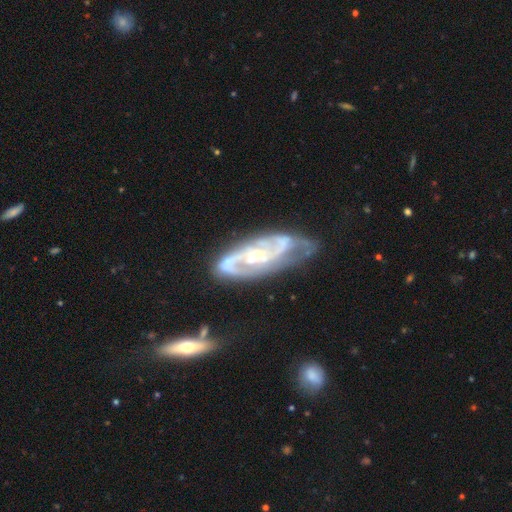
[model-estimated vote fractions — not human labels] Q: Smooth or featured?
A: featured or disk (91%); runner-up: smooth (5%)
Q: Edge-on disk?
A: no (94%); runner-up: yes (6%)
Q: Bar?
A: no (46%); runner-up: weak (38%)
Q: Spiral arms?
A: yes (97%); runner-up: no (3%)
Q: Spiral winding?
A: medium (51%); runner-up: tight (36%)
Q: Spiral arm count?
A: 2 (79%); runner-up: 3 (8%)
Q: Bulge size?
A: moderate (57%); runner-up: small (36%)
Q: Merging?
A: none (60%); runner-up: minor disturbance (25%)